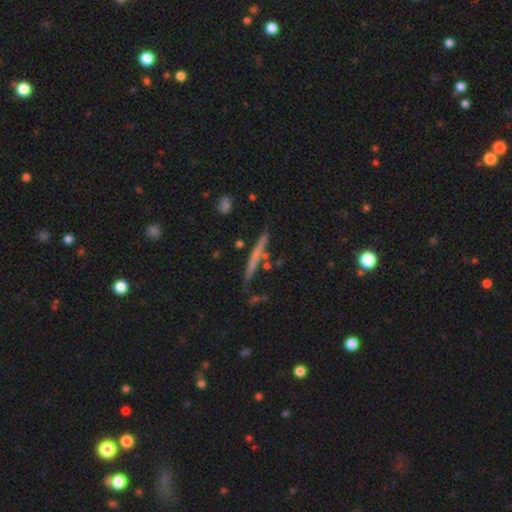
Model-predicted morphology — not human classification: type=smooth (47%); merging=none (82%).